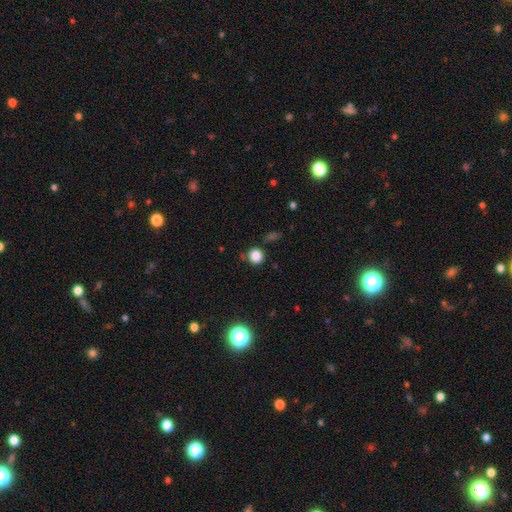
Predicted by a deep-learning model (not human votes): Smooth or featured? smooth (84%)
How rounded? round (87%)
Merging? none (77%)